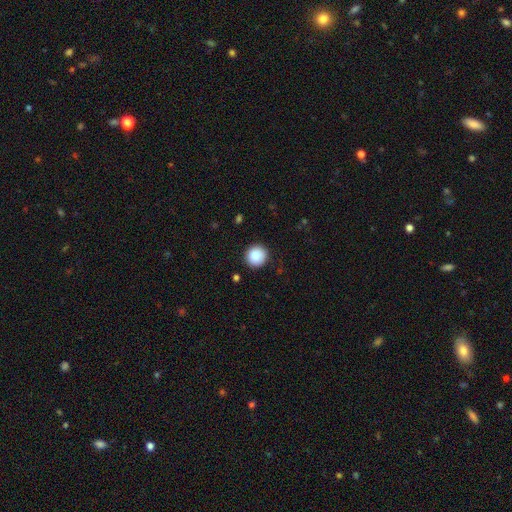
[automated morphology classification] A smooth galaxy with no disk features (87%) that is round (94%).

Vote fractions:
- Smooth or featured? smooth: 87% / star or artifact: 8% / featured or disk: 5%
- How rounded? round: 94% / in between: 5% / cigar-shaped: 1%
- Merging? none: 91% / minor disturbance: 6% / major disturbance: 2% / merger: 1%